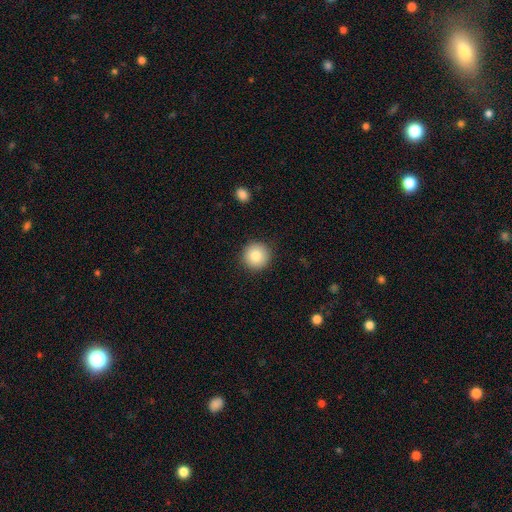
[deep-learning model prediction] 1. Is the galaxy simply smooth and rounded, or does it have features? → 84% smooth, 9% star or artifact, 7% featured or disk.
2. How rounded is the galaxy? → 95% round, 4% in between, 1% cigar-shaped.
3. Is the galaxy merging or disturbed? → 91% none, 6% minor disturbance, 2% major disturbance, 1% merger.